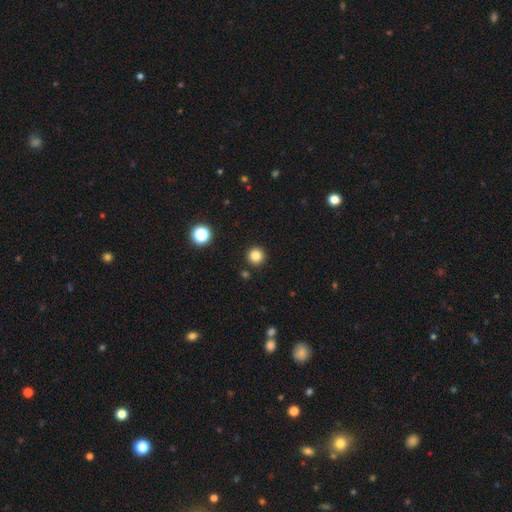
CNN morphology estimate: Smooth or featured: smooth — 84% (star or artifact — 13%)
How rounded: round — 96% (in between — 3%)
Merging: none — 91% (minor disturbance — 5%)